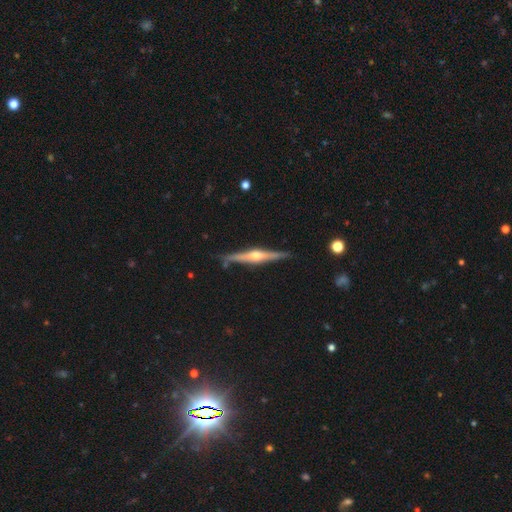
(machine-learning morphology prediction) Overall: featured or disk (81%). Edge-on disk: yes (98%). Edge-on bulge: rounded (92%). Merging: none (86%).